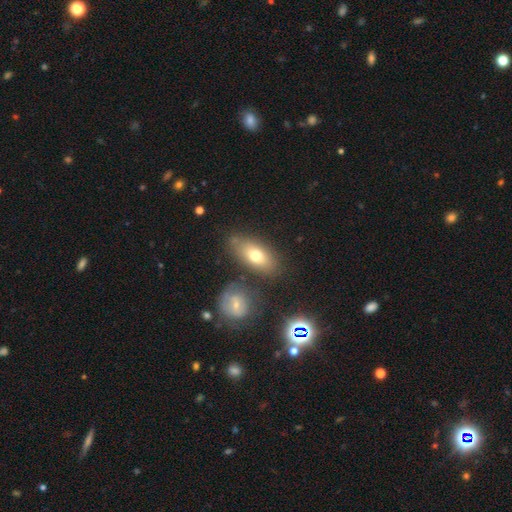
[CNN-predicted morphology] Smooth or featured? Predicted: smooth (p=0.73). How rounded? Predicted: in between (p=0.86). Merging? Predicted: none (p=0.71).